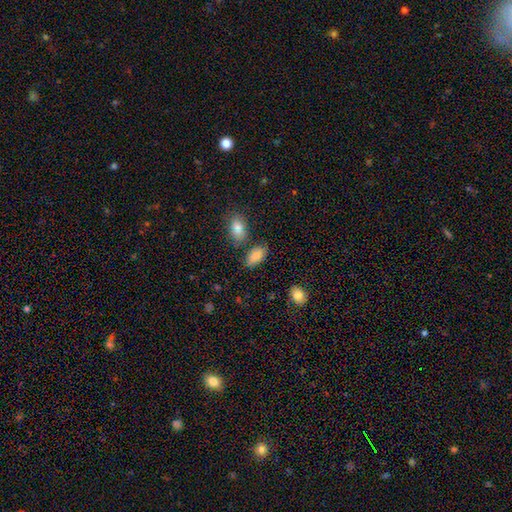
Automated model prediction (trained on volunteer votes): A smooth galaxy with no disk features (83%) that is in between round and cigar-shaped (94%).

Vote fractions:
- Smooth or featured? smooth: 83% / star or artifact: 9% / featured or disk: 8%
- How rounded? in between: 94% / round: 4% / cigar-shaped: 2%
- Merging? none: 73% / minor disturbance: 16% / merger: 8% / major disturbance: 4%